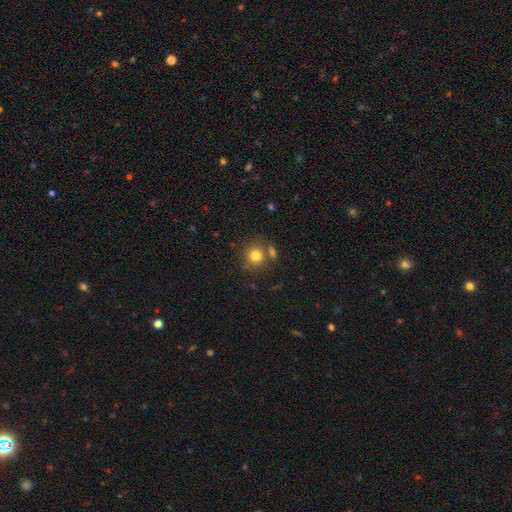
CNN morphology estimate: Smooth or featured?
  - smooth: 79% *
  - star or artifact: 12%
  - featured or disk: 9%
How rounded?
  - round: 88% *
  - in between: 11%
  - cigar-shaped: 1%
Merging?
  - none: 71% *
  - merger: 15%
  - minor disturbance: 10%
  - major disturbance: 4%